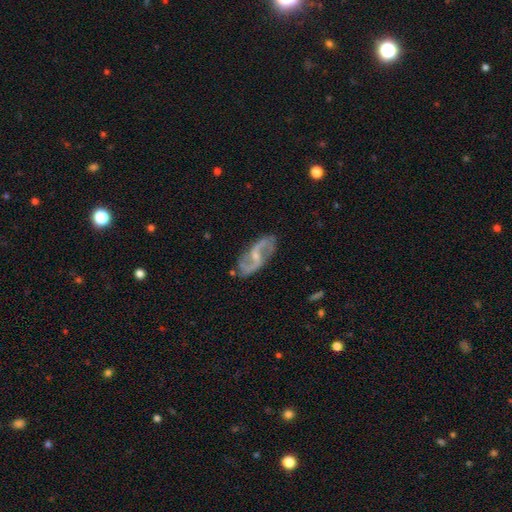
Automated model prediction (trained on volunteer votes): The model was most divided on "bar": weak: 48%, no: 32%, strong: 19%. More confident: spiral arms — yes (96%); edge-on disk — no (95%); spiral arm count — 2 (92%); smooth or featured — featured or disk (88%); merging — none (79%); bulge size — small (63%); spiral winding — loose (53%).